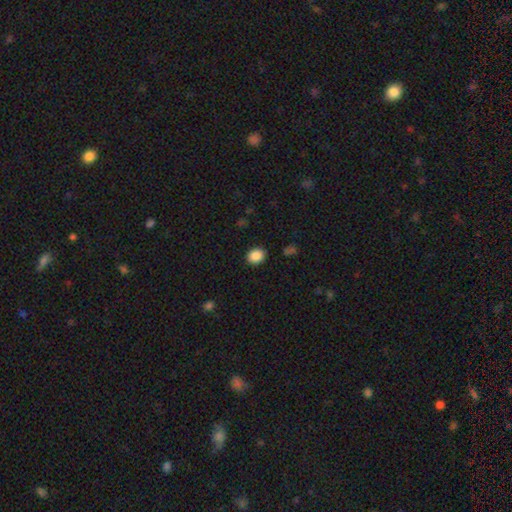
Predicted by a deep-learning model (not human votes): Q: Smooth or featured?
A: smooth (87%); runner-up: star or artifact (9%)
Q: How rounded?
A: round (63%); runner-up: in between (36%)
Q: Merging?
A: none (89%); runner-up: minor disturbance (8%)